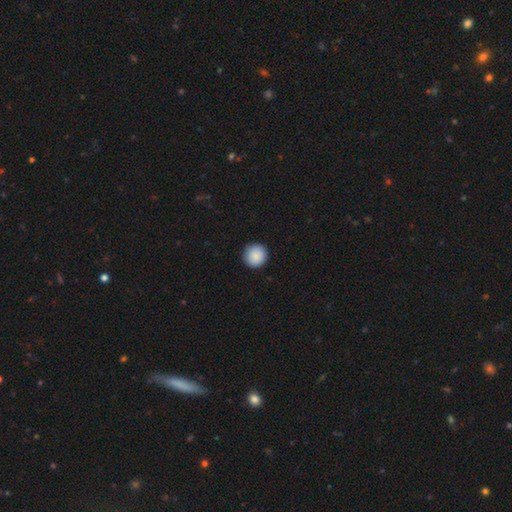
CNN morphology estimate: Smooth or featured? Predicted: smooth (p=0.90). How rounded? Predicted: round (p=0.96). Merging? Predicted: none (p=0.92).